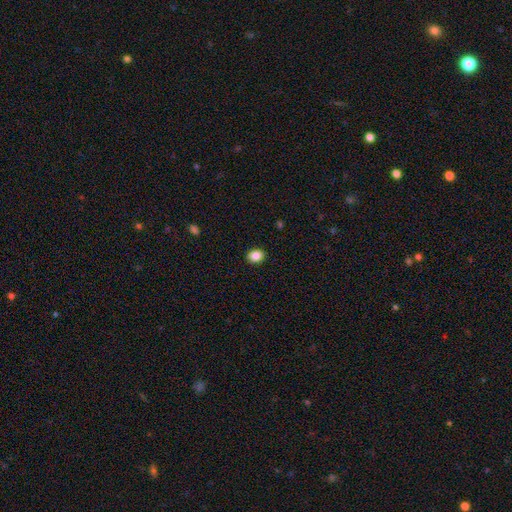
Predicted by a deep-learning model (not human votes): Smooth or featured?
  - smooth: 87% *
  - star or artifact: 9%
  - featured or disk: 4%
How rounded?
  - in between: 54% *
  - round: 45%
  - cigar-shaped: 1%
Merging?
  - none: 91% *
  - minor disturbance: 7%
  - major disturbance: 2%
  - merger: 1%